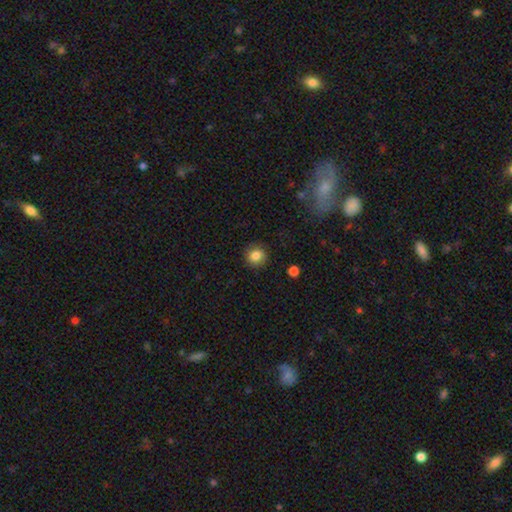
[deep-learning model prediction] The model was most divided on "smooth or featured": smooth: 84%, star or artifact: 10%, featured or disk: 6%. More confident: merging — none (89%); how rounded — round (88%).